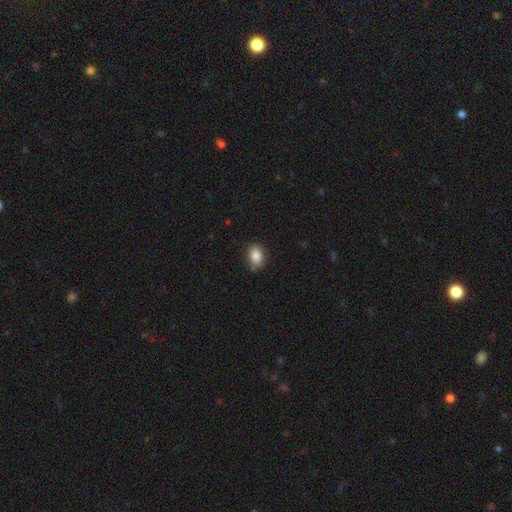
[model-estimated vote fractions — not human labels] Smooth or featured? smooth (85%)
How rounded? in between (74%)
Merging? none (78%)